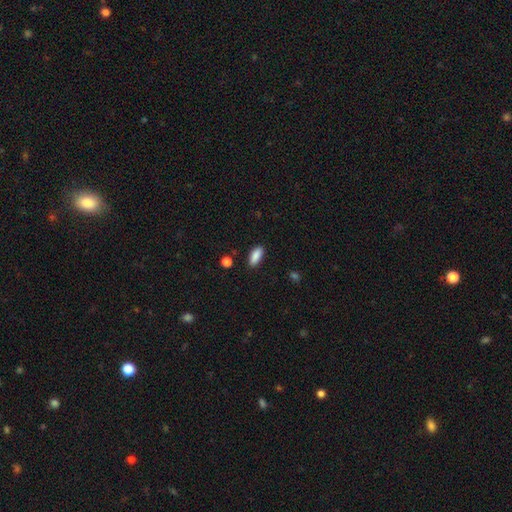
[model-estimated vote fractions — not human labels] Morphology: type=smooth (88%); roundness=in between (79%); merging=none (87%).